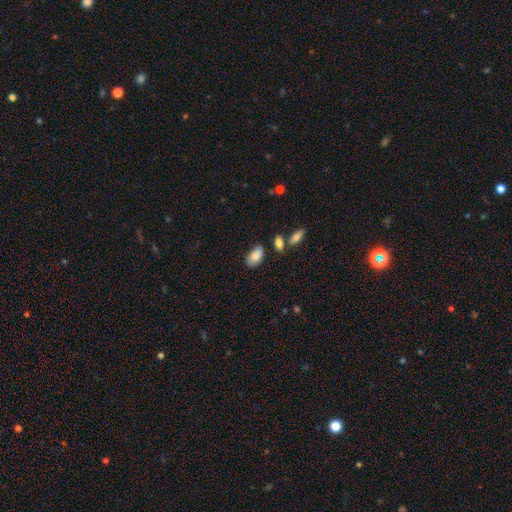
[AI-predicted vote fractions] A smooth galaxy with no disk features (86%) that is in between round and cigar-shaped (94%).

Vote fractions:
- Smooth or featured? smooth: 86% / featured or disk: 7% / star or artifact: 7%
- How rounded? in between: 94% / round: 3% / cigar-shaped: 3%
- Merging? none: 72% / minor disturbance: 18% / merger: 6% / major disturbance: 4%